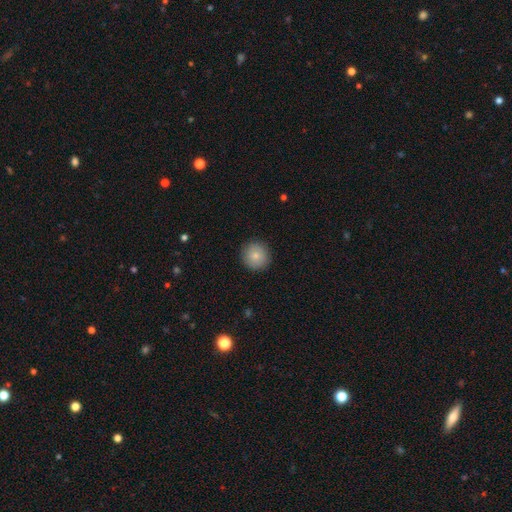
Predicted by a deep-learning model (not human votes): A smooth galaxy with no disk features (84%) that is round (95%).

Vote fractions:
- Smooth or featured? smooth: 84% / star or artifact: 8% / featured or disk: 8%
- How rounded? round: 95% / in between: 4% / cigar-shaped: 1%
- Merging? none: 91% / minor disturbance: 6% / major disturbance: 2% / merger: 1%